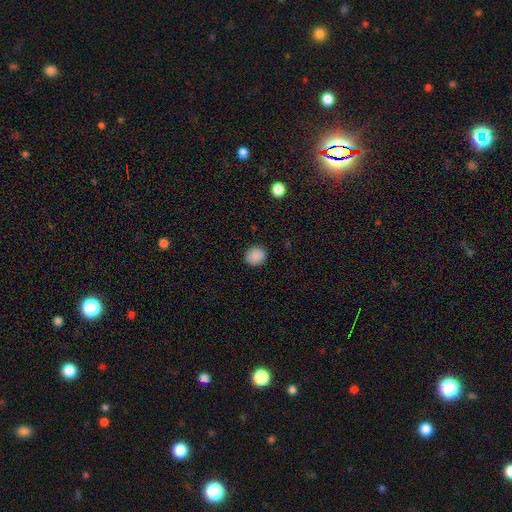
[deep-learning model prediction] A smooth galaxy with no disk features (88%) that is round (78%). Merging: none (89%).